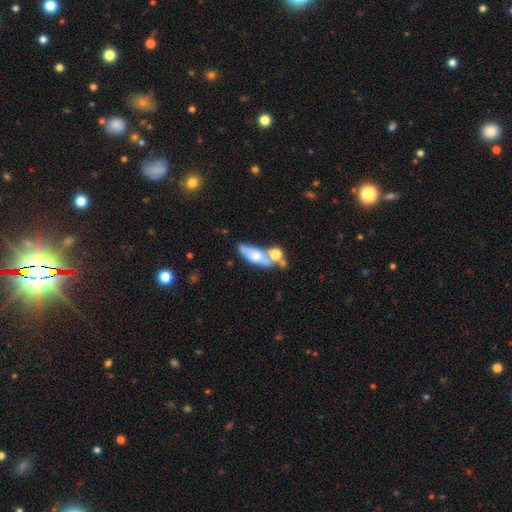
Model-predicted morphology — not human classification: Smooth or featured? featured or disk (46%)
Merging? none (41%)